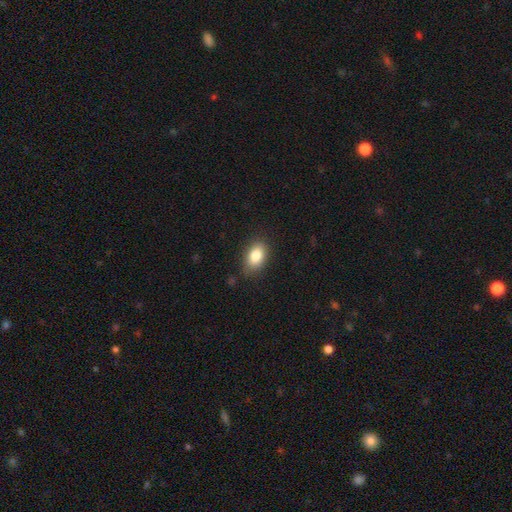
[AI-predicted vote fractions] Smooth or featured: smooth — 84% (star or artifact — 8%)
How rounded: in between — 87% (round — 11%)
Merging: none — 82% (minor disturbance — 14%)